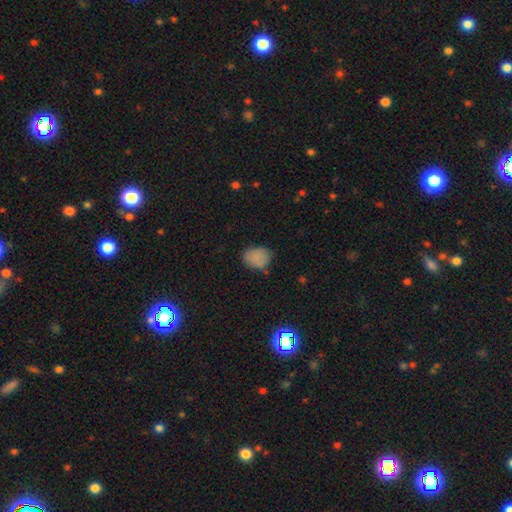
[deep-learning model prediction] Smooth or featured? smooth (83%)
How rounded? in between (58%)
Merging? none (71%)